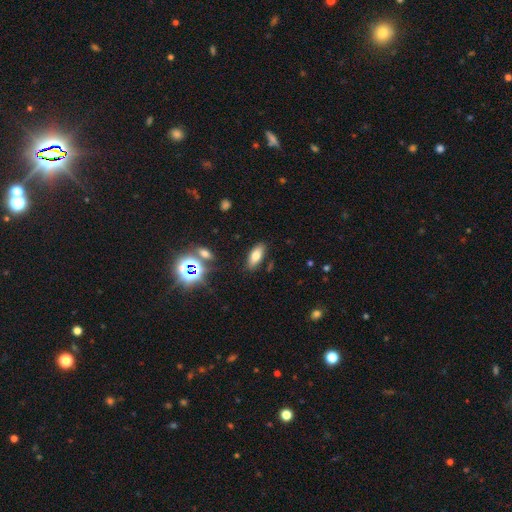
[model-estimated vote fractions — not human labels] This is likely a smooth galaxy (71%). How rounded: clearly in between (80%). Merging: clearly none (85%).